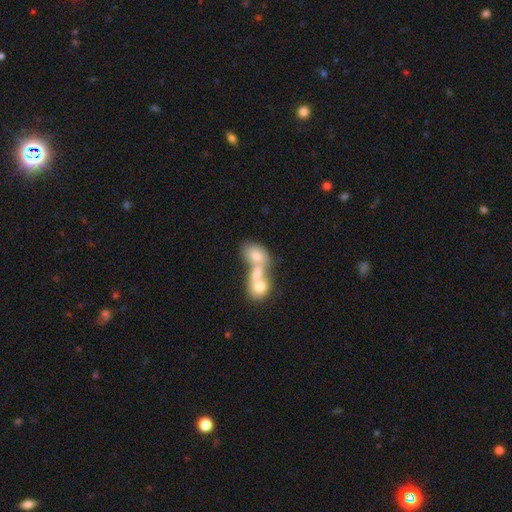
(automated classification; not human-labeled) This is likely a smooth galaxy (70%). How rounded: likely in between (70%). Merging: likely merger (76%).